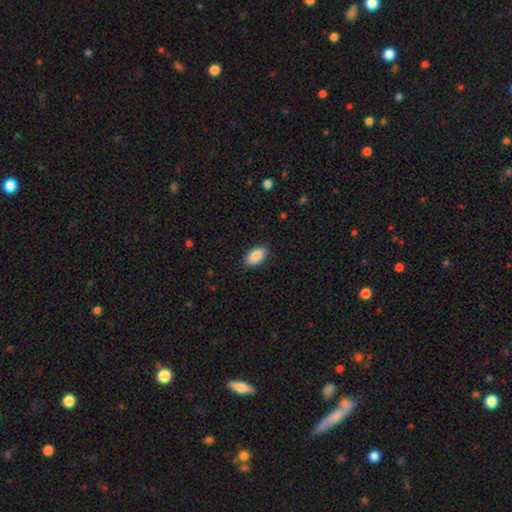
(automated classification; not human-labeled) A smooth galaxy with no disk features (89%) that is in between round and cigar-shaped (94%). Merging: none (89%).